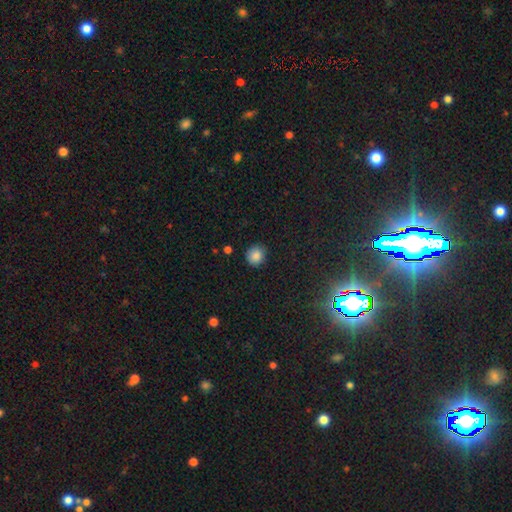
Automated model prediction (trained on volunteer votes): smooth_or_featured: smooth (p=0.86) [alt: star or artifact p=0.10]
how_rounded: round (p=0.89) [alt: in between p=0.10]
merging: none (p=0.86) [alt: minor disturbance p=0.11]